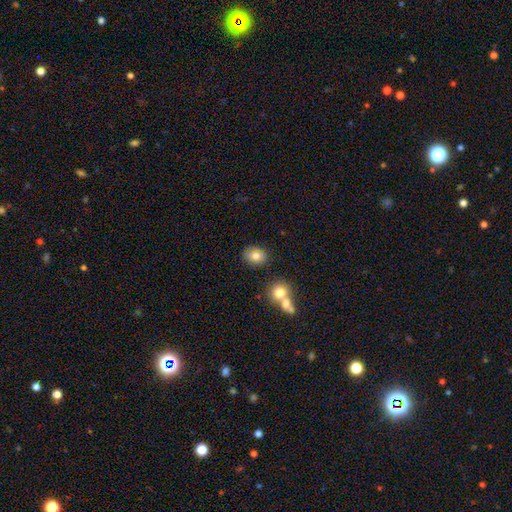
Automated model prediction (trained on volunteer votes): Smooth or featured?
  - smooth: 80% *
  - featured or disk: 10%
  - star or artifact: 10%
How rounded?
  - in between: 51% *
  - round: 48%
  - cigar-shaped: 1%
Merging?
  - none: 76% *
  - minor disturbance: 13%
  - merger: 7%
  - major disturbance: 4%